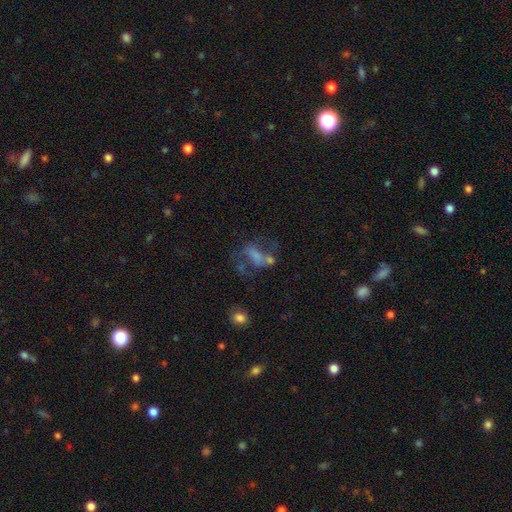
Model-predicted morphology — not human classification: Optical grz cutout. It shows a featured or disk galaxy (49%). Merging: none (36%).